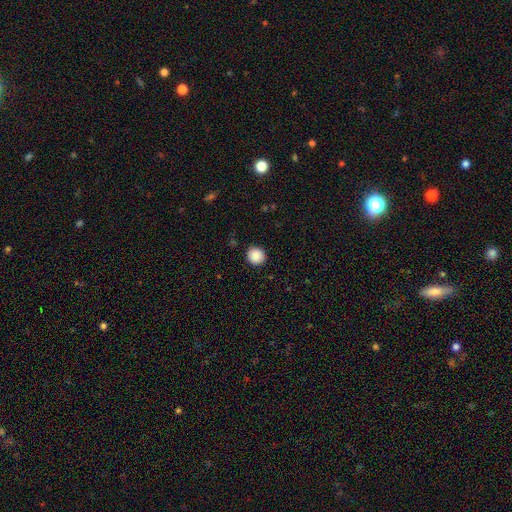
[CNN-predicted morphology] This appears to be a smooth galaxy with no disk features (89%) that is round (90%). Merging: none (91%).